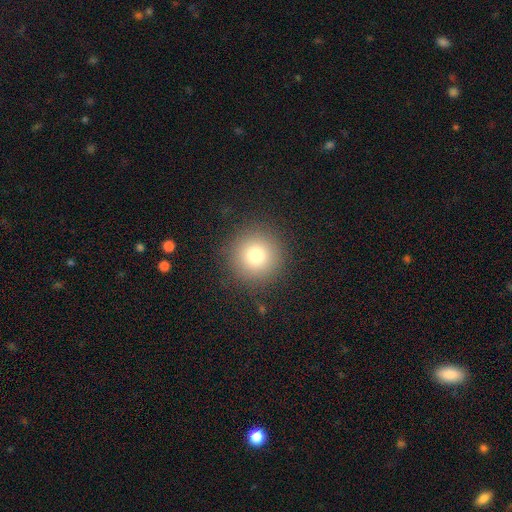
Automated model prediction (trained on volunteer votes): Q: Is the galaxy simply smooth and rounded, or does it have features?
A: smooth — 76%.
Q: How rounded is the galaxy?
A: round — 96%.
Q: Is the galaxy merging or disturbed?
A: none — 89%.